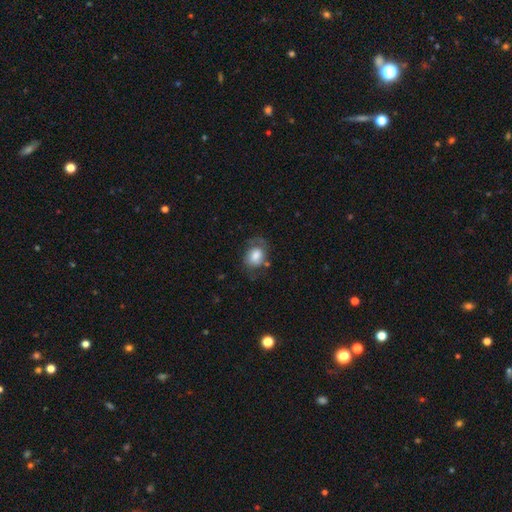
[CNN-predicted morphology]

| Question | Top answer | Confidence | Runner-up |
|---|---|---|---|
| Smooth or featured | smooth | 53% | featured or disk (39%) |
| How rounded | in between | 61% | round (38%) |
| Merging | none | 51% | minor disturbance (26%) |